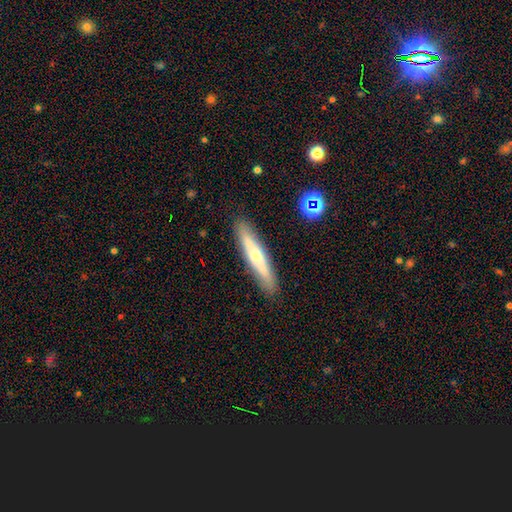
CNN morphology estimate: Smooth or featured? Predicted: featured or disk (p=0.51). Edge-on disk? Predicted: yes (p=0.82). Merging? Predicted: none (p=0.88).